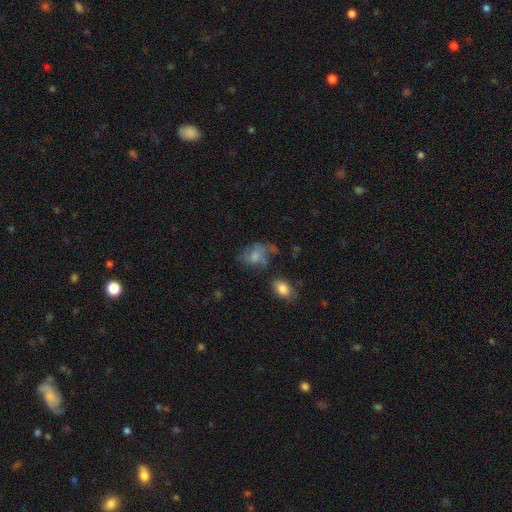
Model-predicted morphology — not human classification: smooth-or-featured: smooth: 62% | featured or disk: 26% | star or artifact: 12%
  how-rounded: in between: 73% | round: 25% | cigar-shaped: 2%
  merging: none: 34% | major disturbance: 31% | minor disturbance: 25% | merger: 10%